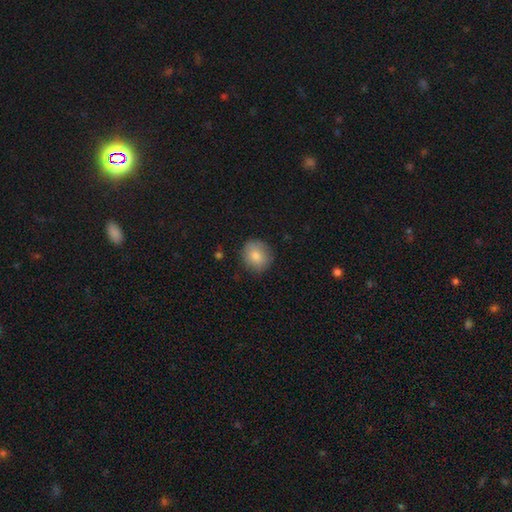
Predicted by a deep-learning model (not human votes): Morphology: type=smooth (82%); roundness=round (79%); merging=none (84%).